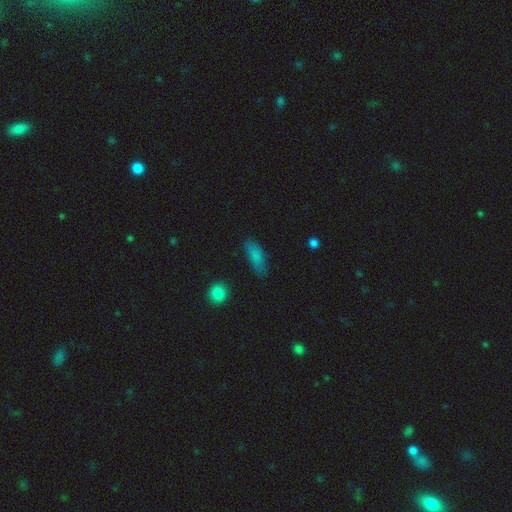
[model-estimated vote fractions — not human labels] smooth_or_featured: smooth (p=0.82) [alt: featured or disk p=0.10]
how_rounded: in between (p=0.74) [alt: cigar-shaped p=0.23]
merging: none (p=0.75) [alt: minor disturbance p=0.19]